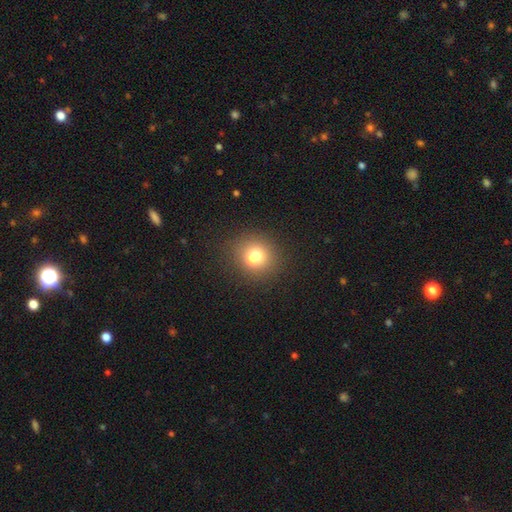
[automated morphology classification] This appears to be a smooth galaxy with no disk features (69%) that is round (85%). Merging: none (53%).